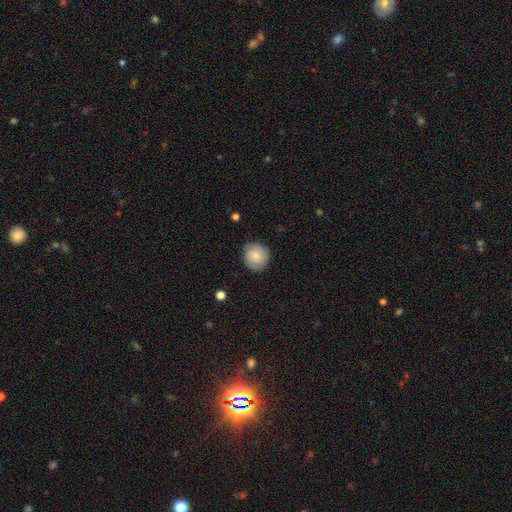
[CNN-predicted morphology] Smooth or featured?
  - smooth: 73% *
  - featured or disk: 20%
  - star or artifact: 7%
How rounded?
  - round: 90% *
  - in between: 9%
  - cigar-shaped: 1%
Merging?
  - none: 83% *
  - minor disturbance: 13%
  - major disturbance: 3%
  - merger: 1%